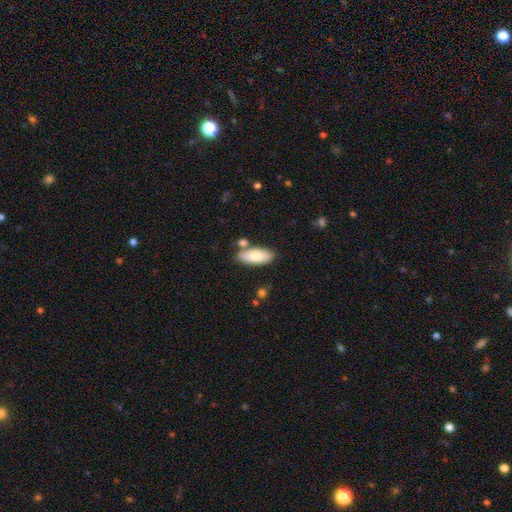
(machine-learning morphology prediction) type=smooth (76%); roundness=in between (83%); merging=none (75%).